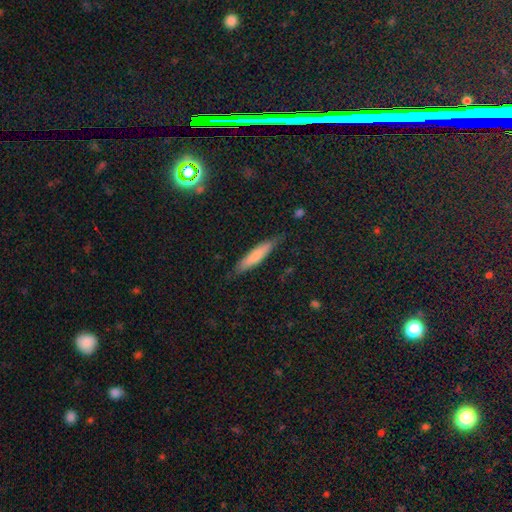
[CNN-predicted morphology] A smooth galaxy with no disk features (72%) that is cigar-shaped (86%).

Vote fractions:
- Smooth or featured? smooth: 72% / featured or disk: 22% / star or artifact: 6%
- How rounded? cigar-shaped: 86% / in between: 12% / round: 1%
- Merging? none: 83% / minor disturbance: 14% / major disturbance: 3% / merger: 1%